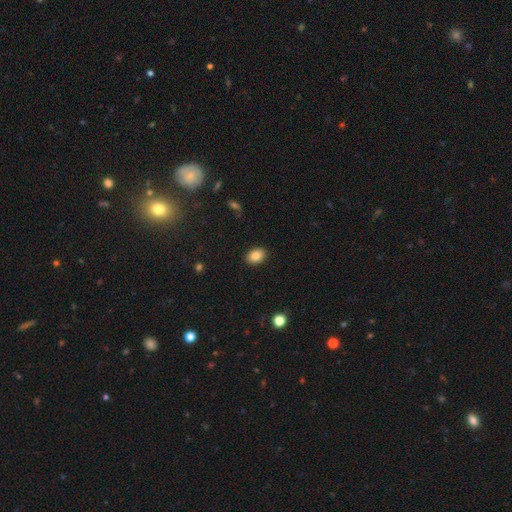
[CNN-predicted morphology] This is clearly a smooth galaxy (86%). How rounded: likely in between (79%). Merging: clearly none (89%).